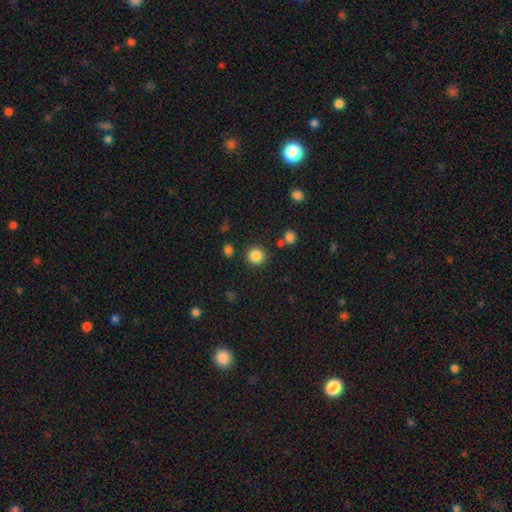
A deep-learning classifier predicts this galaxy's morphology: Smooth or featured?
  - smooth: 85% *
  - star or artifact: 11%
  - featured or disk: 4%
How rounded?
  - round: 93% *
  - in between: 6%
  - cigar-shaped: 1%
Merging?
  - none: 86% *
  - minor disturbance: 7%
  - merger: 4%
  - major disturbance: 3%